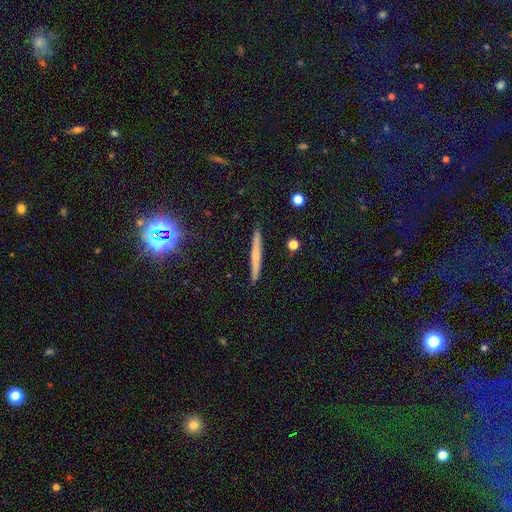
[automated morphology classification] smooth-or-featured: smooth: 48% | featured or disk: 41% | star or artifact: 11%
  merging: none: 90% | minor disturbance: 7% | major disturbance: 1% | merger: 1%